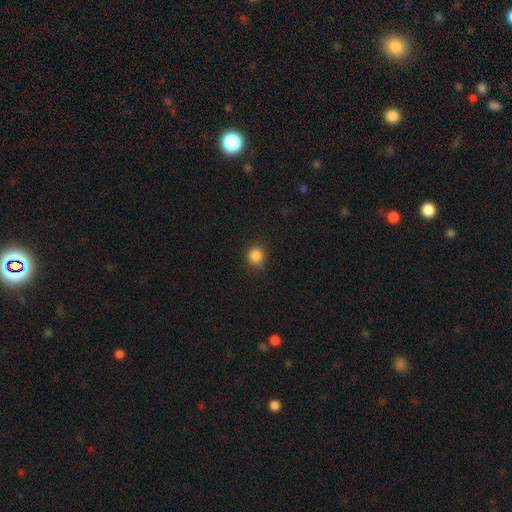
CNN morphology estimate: type=smooth (86%); roundness=round (89%); merging=none (84%).